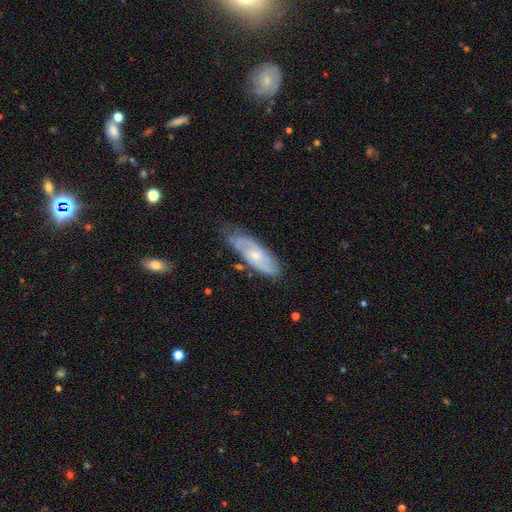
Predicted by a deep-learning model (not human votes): A featured or disk galaxy (76%) with no bar (64%), 2 (64%) medium (44%) spiral arms (92%) and a small central bulge (67%). Merging: none (69%).